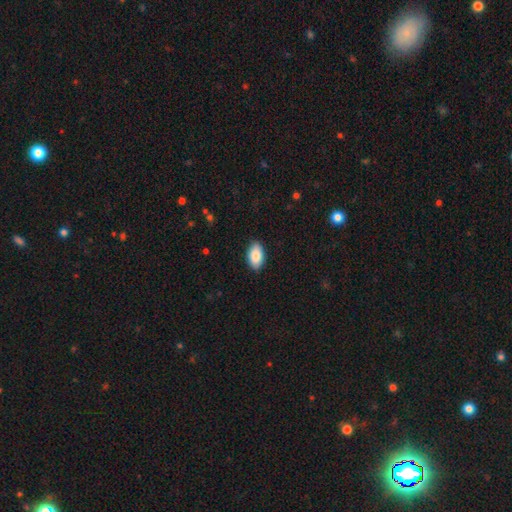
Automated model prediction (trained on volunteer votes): Q: Smooth or featured?
A: smooth (87%); runner-up: featured or disk (7%)
Q: How rounded?
A: in between (94%); runner-up: round (4%)
Q: Merging?
A: none (87%); runner-up: minor disturbance (10%)